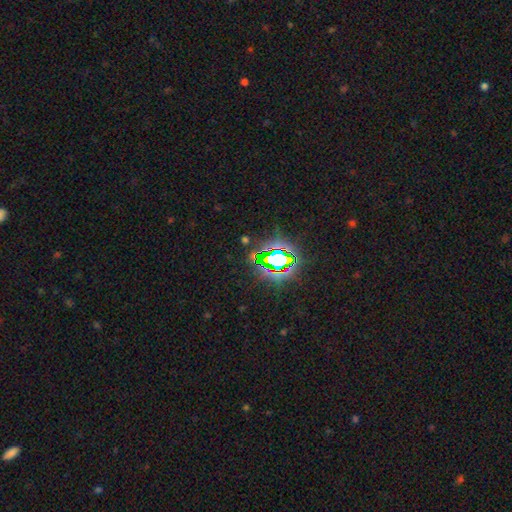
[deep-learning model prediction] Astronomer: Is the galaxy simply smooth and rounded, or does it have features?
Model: star or artifact — 78%.